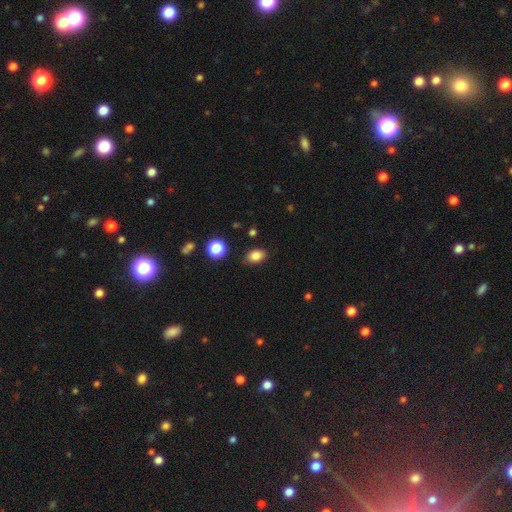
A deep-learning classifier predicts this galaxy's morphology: type=smooth (84%); roundness=in between (76%); merging=none (83%).